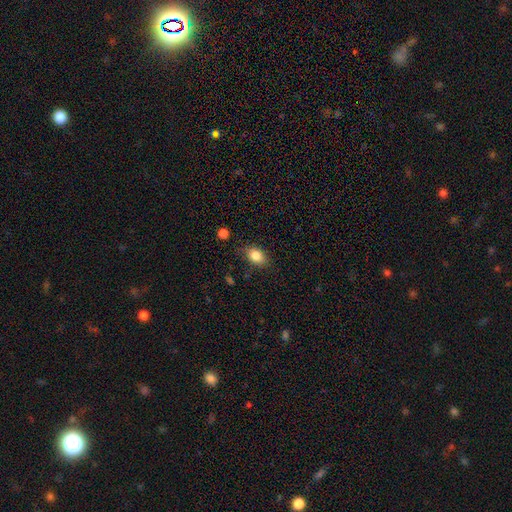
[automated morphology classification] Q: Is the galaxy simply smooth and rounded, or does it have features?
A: smooth — 83%.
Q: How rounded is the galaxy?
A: in between — 79%.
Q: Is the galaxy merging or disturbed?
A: none — 79%.